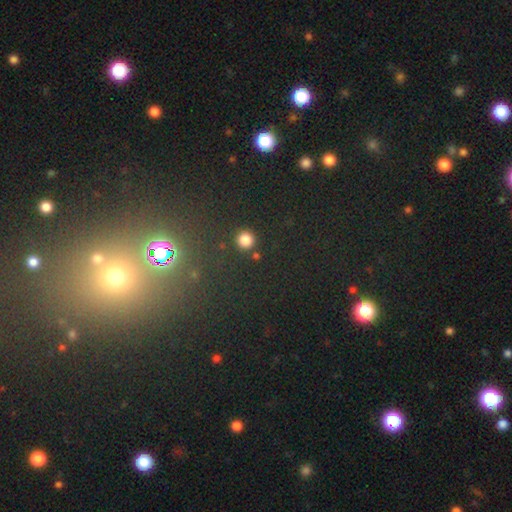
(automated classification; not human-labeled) The model was most divided on "smooth or featured": smooth: 65%, star or artifact: 30%, featured or disk: 5%. More confident: how rounded — round (92%); merging — none (89%).